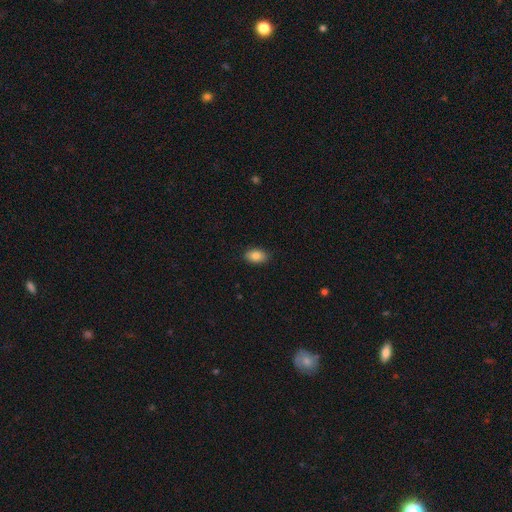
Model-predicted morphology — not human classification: A smooth galaxy with no disk features (85%) that is in between round and cigar-shaped (89%).

Vote fractions:
- Smooth or featured? smooth: 85% / star or artifact: 8% / featured or disk: 7%
- How rounded? in between: 89% / round: 9% / cigar-shaped: 2%
- Merging? none: 87% / minor disturbance: 10% / major disturbance: 2% / merger: 1%